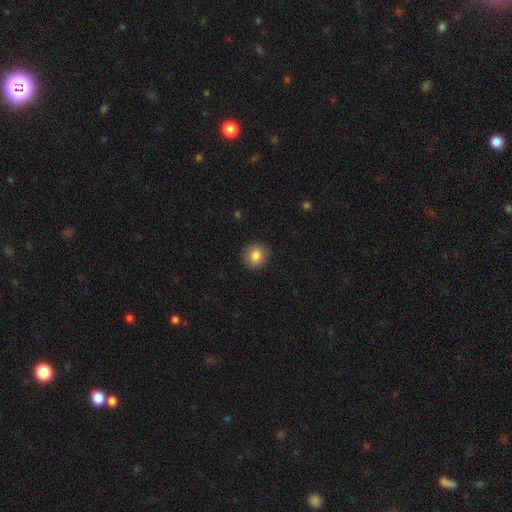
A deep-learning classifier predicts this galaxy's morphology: Smooth or featured?
  - smooth: 84% *
  - star or artifact: 9%
  - featured or disk: 7%
How rounded?
  - round: 89% *
  - in between: 10%
  - cigar-shaped: 1%
Merging?
  - none: 91% *
  - minor disturbance: 6%
  - major disturbance: 2%
  - merger: 1%